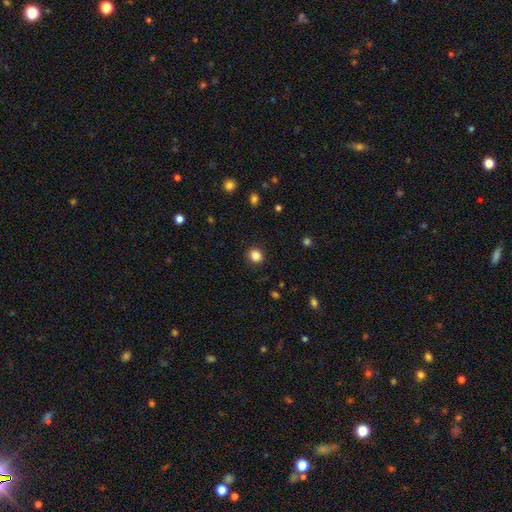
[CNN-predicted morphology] Smooth or featured? Predicted: smooth (p=0.85). How rounded? Predicted: round (p=0.84). Merging? Predicted: none (p=0.91).